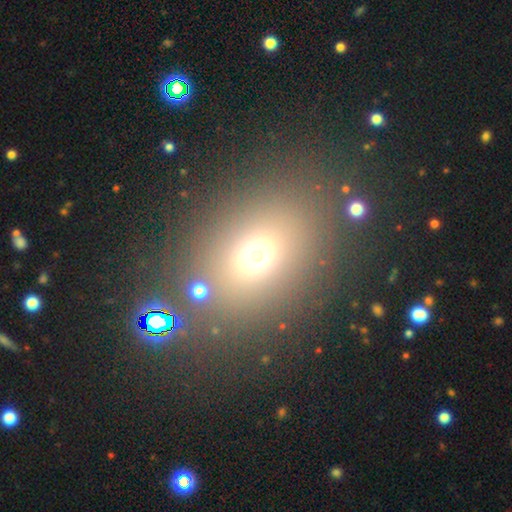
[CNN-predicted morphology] Smooth or featured? Predicted: smooth (p=0.68). How rounded? Predicted: in between (p=0.54). Merging? Predicted: none (p=0.77).